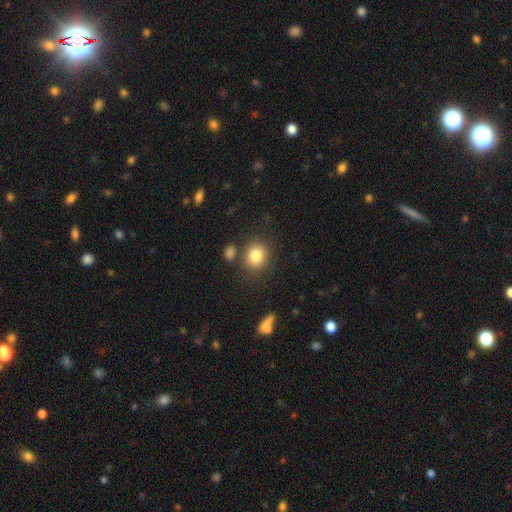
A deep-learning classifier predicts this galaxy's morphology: The model was most divided on "how rounded": round: 76%, in between: 23%, cigar-shaped: 1%. More confident: smooth or featured — smooth (83%); merging — none (78%).